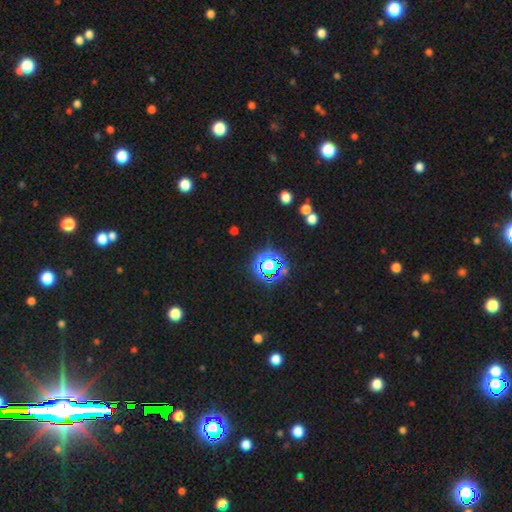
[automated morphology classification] Smooth or featured: star or artifact — 65% (smooth — 26%)